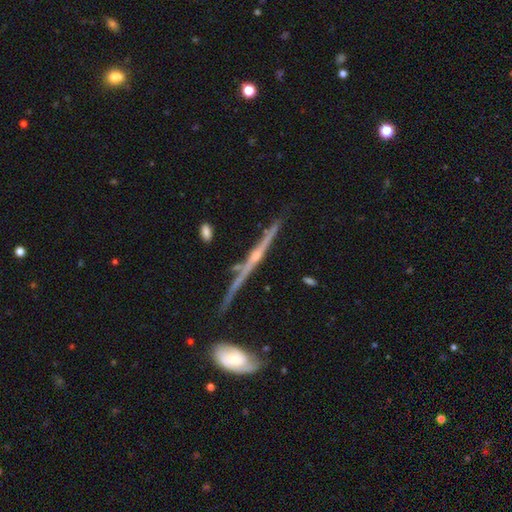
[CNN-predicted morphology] A featured or disk galaxy (78%) viewed edge-on (96%) with a rounded central bulge (62%). Merging: none (81%).